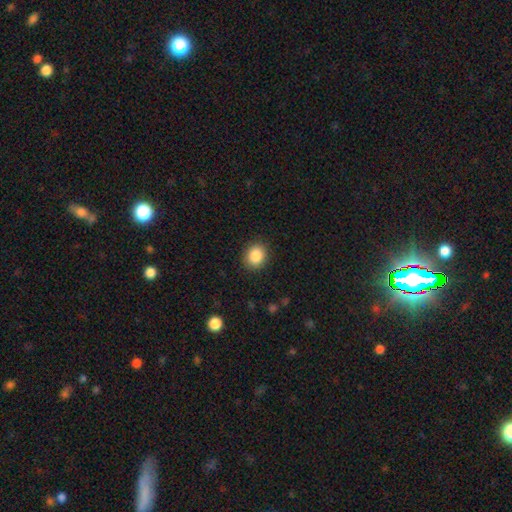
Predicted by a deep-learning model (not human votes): The model was most divided on "how rounded": round: 65%, in between: 34%, cigar-shaped: 1%. More confident: merging — none (90%); smooth or featured — smooth (87%).